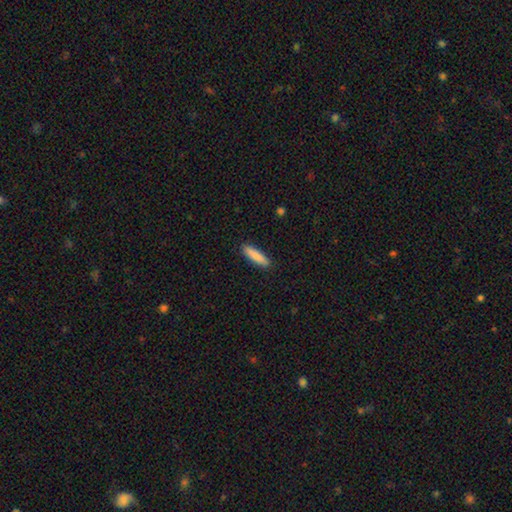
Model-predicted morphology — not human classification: Smooth or featured? Predicted: smooth (p=0.86). How rounded? Predicted: cigar-shaped (p=0.79). Merging? Predicted: none (p=0.90).